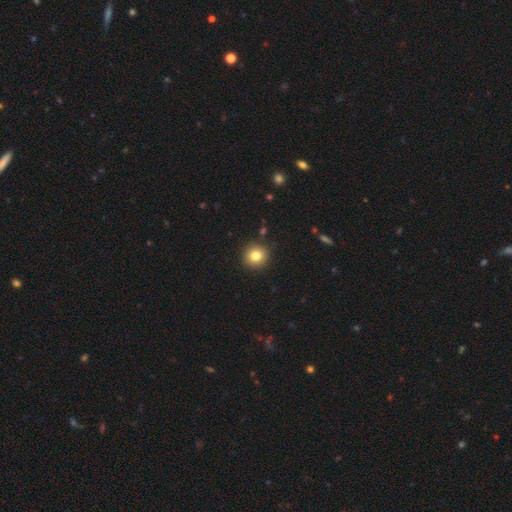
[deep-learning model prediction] smooth_or_featured: smooth (p=0.81) [alt: star or artifact p=0.11]
how_rounded: round (p=0.92) [alt: in between p=0.07]
merging: none (p=0.90) [alt: minor disturbance p=0.06]